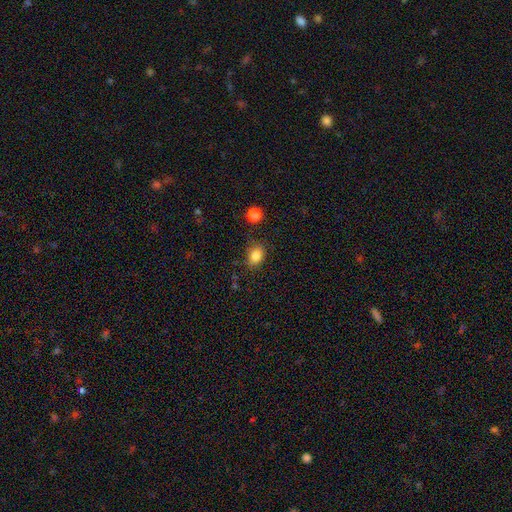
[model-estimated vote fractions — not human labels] Smooth or featured?
  - smooth: 84% *
  - star or artifact: 10%
  - featured or disk: 6%
How rounded?
  - in between: 62% *
  - round: 37%
  - cigar-shaped: 1%
Merging?
  - none: 74% *
  - minor disturbance: 18%
  - major disturbance: 5%
  - merger: 3%